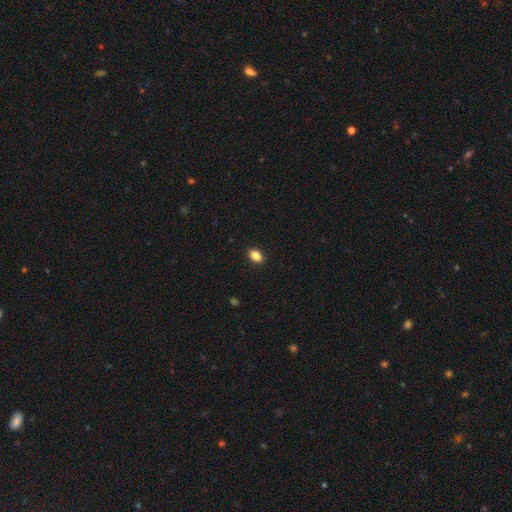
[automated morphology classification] This is clearly a smooth galaxy (86%). How rounded: clearly in between (83%). Merging: clearly none (90%).